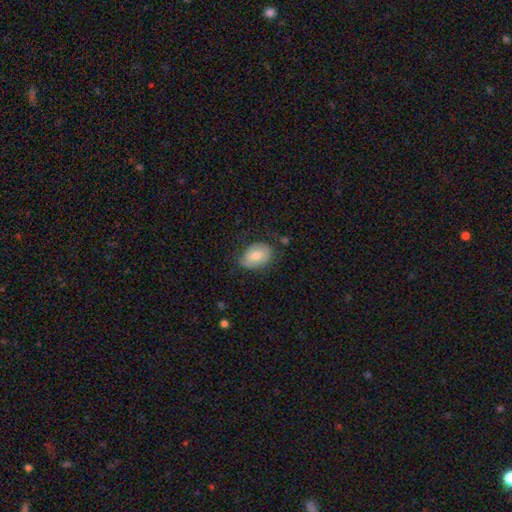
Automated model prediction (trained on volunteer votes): Smooth or featured? Predicted: smooth (p=0.69). How rounded? Predicted: in between (p=0.77). Merging? Predicted: none (p=0.65).